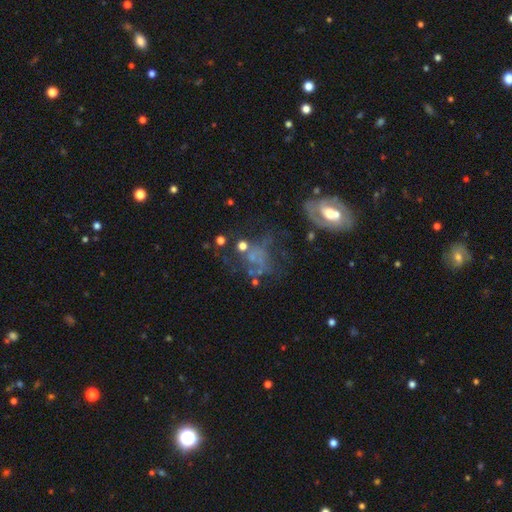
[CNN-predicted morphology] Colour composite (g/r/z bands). It shows a featured or disk galaxy (54%) with no bar (82%), no spiral arms (67%) and no central bulge (48%). Merging: none (33%, tied with major disturbance).